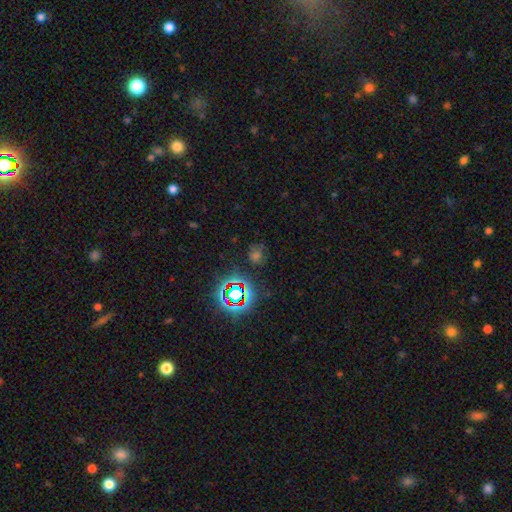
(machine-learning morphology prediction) type=star or artifact (48%).